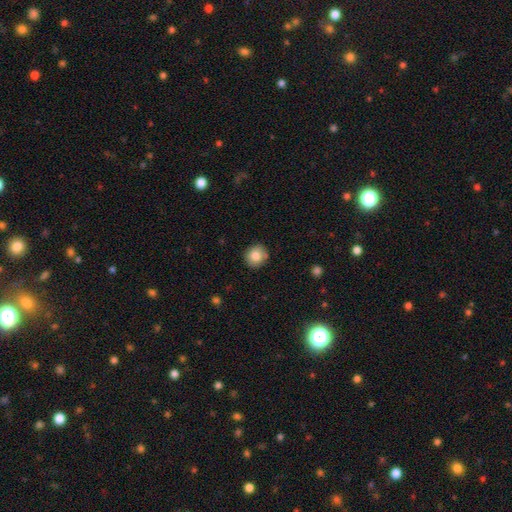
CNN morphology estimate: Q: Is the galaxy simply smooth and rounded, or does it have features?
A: smooth — 83%.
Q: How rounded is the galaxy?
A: round — 84%.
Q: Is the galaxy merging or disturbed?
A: none — 86%.